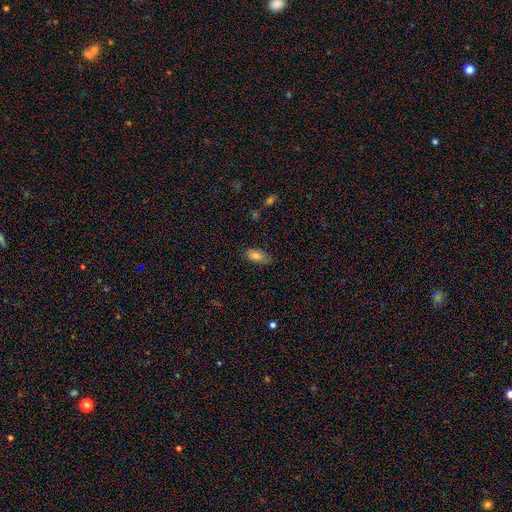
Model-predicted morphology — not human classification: Smooth or featured? Predicted: smooth (p=0.80). How rounded? Predicted: in between (p=0.91). Merging? Predicted: none (p=0.81).